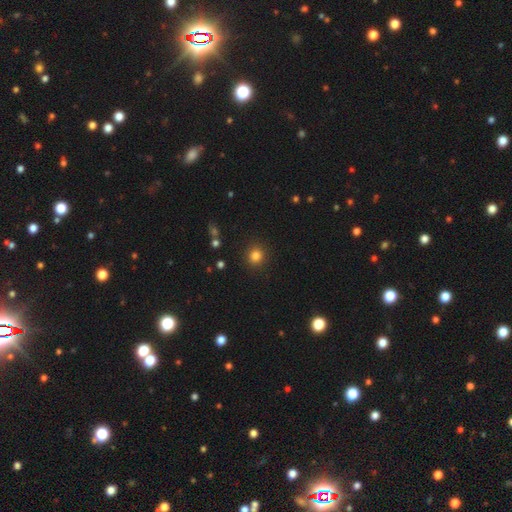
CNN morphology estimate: Smooth or featured? smooth (82%)
How rounded? round (91%)
Merging? none (91%)